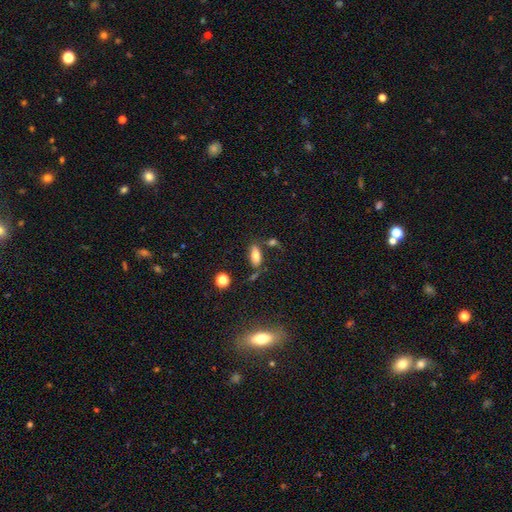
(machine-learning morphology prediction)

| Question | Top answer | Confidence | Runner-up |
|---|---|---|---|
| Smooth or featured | smooth | 73% | featured or disk (16%) |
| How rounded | in between | 84% | cigar-shaped (13%) |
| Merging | none | 66% | minor disturbance (15%) |